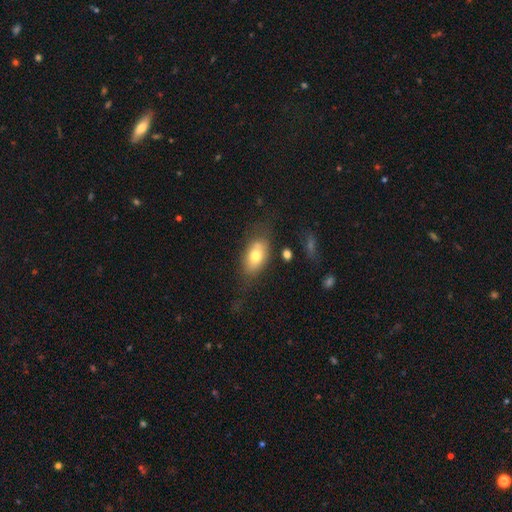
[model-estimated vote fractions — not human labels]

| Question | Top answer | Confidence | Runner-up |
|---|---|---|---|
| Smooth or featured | smooth | 71% | featured or disk (22%) |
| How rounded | in between | 88% | round (9%) |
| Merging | none | 65% | minor disturbance (20%) |